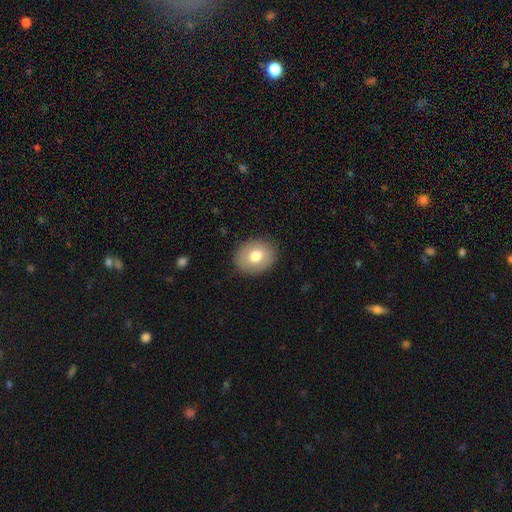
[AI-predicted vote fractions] Smooth or featured? Predicted: smooth (p=0.74). How rounded? Predicted: in between (p=0.50). Merging? Predicted: none (p=0.88).